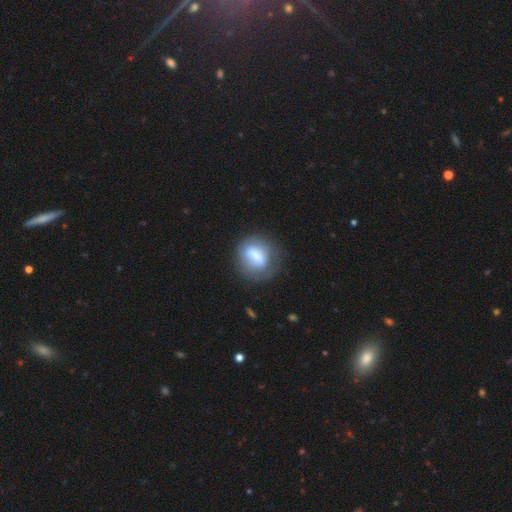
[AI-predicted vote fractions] A smooth galaxy with no disk features (67%) that is round (56%). Merging: none (59%).